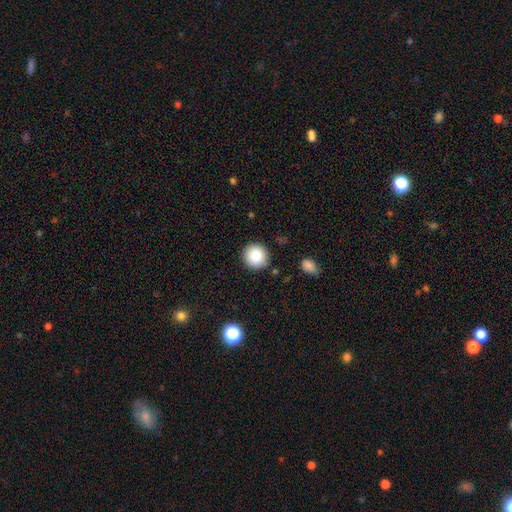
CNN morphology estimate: This appears to be a smooth galaxy with no disk features (86%) that is round (93%). Merging: none (88%).